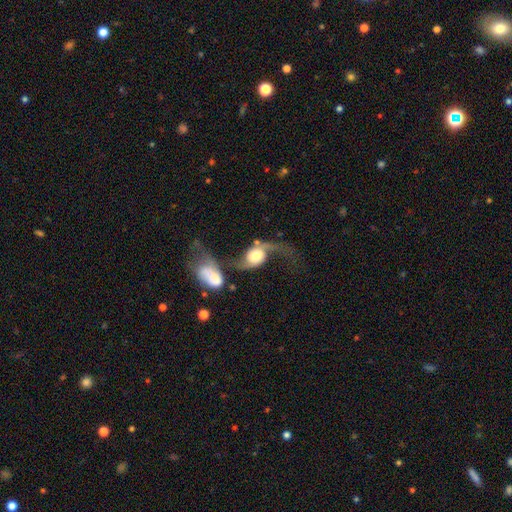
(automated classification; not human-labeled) featured or disk 72%, smooth 21%, star or artifact 7%. Down the decision tree: edge-on disk — no (95%); bar — no (66%); spiral arms — yes (90%); spiral arm count — 2 (80%); spiral winding — loose (85%); bulge size — large (38%); merging — merger (47%).